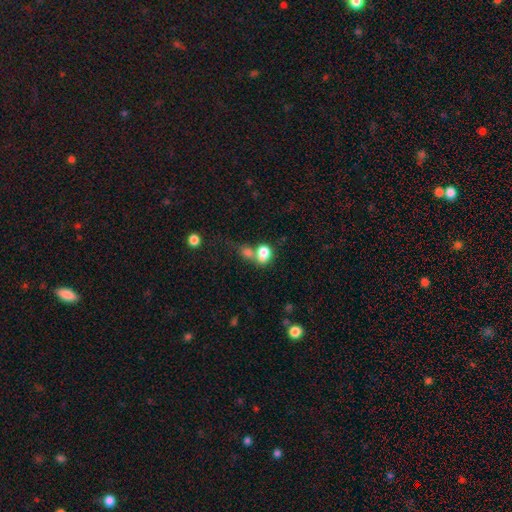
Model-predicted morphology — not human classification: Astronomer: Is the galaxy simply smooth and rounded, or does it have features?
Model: smooth — 72%.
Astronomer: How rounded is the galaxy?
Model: in between — 52% (runner-up: round, 45%).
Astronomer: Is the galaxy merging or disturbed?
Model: merger — 51% (runner-up: none, 31%).